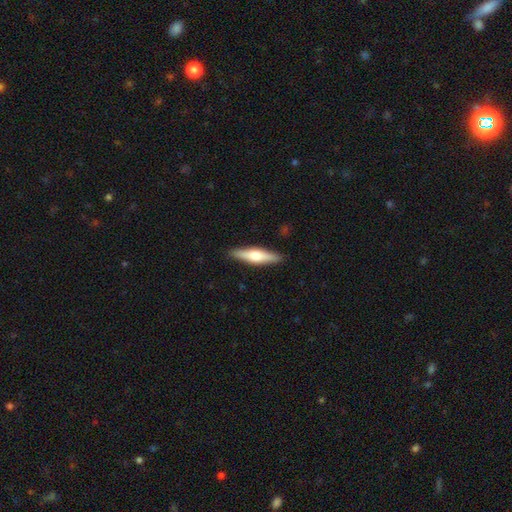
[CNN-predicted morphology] Smooth or featured? Predicted: featured or disk (p=0.49). Merging? Predicted: none (p=0.90).